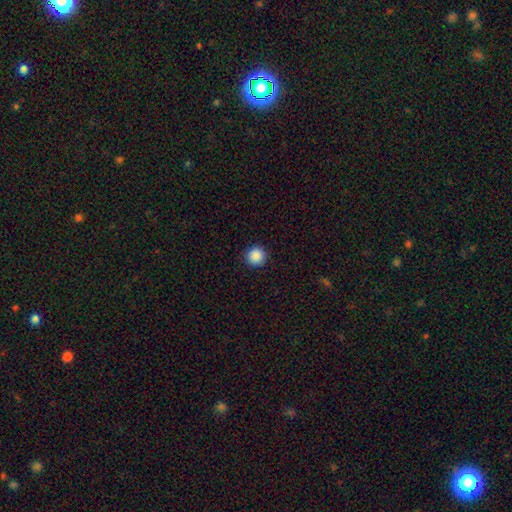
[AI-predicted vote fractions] Smooth or featured: smooth — 88% (star or artifact — 9%)
How rounded: round — 95% (in between — 4%)
Merging: none — 92% (minor disturbance — 6%)